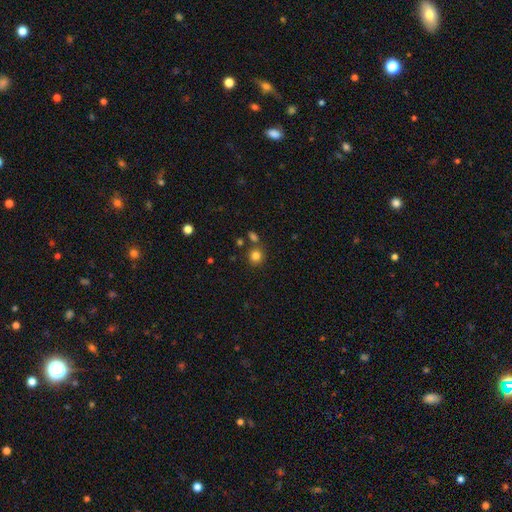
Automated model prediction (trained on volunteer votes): The model was most divided on "merging": none: 78%, merger: 11%, minor disturbance: 8%, major disturbance: 3%. More confident: how rounded — round (90%); smooth or featured — smooth (82%).